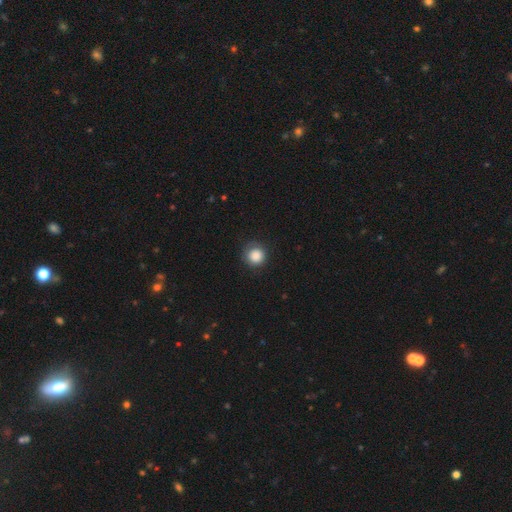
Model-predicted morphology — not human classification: Overall: smooth (86%). How rounded: round (94%). Merging: none (79%).